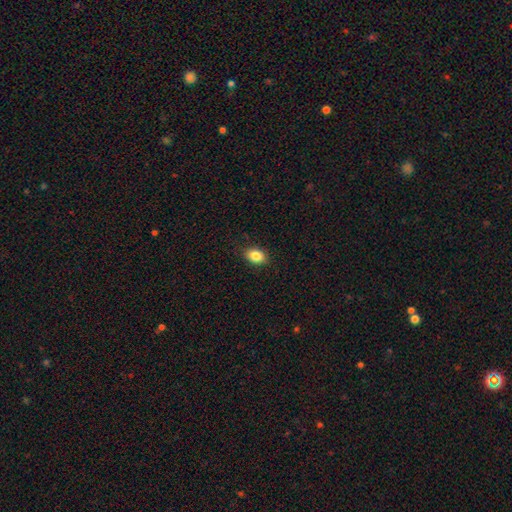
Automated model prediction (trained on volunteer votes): Smooth or featured?
  - smooth: 85% *
  - star or artifact: 9%
  - featured or disk: 6%
How rounded?
  - in between: 80% *
  - round: 18%
  - cigar-shaped: 1%
Merging?
  - none: 88% *
  - minor disturbance: 9%
  - major disturbance: 2%
  - merger: 1%